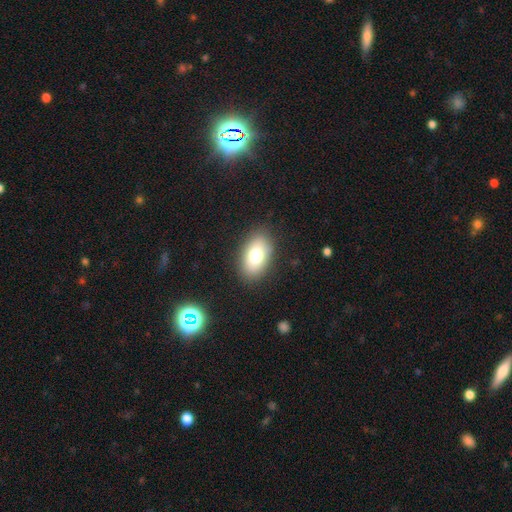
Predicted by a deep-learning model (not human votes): This appears to be a smooth galaxy with no disk features (74%) that is in between round and cigar-shaped (89%). Merging: none (86%).